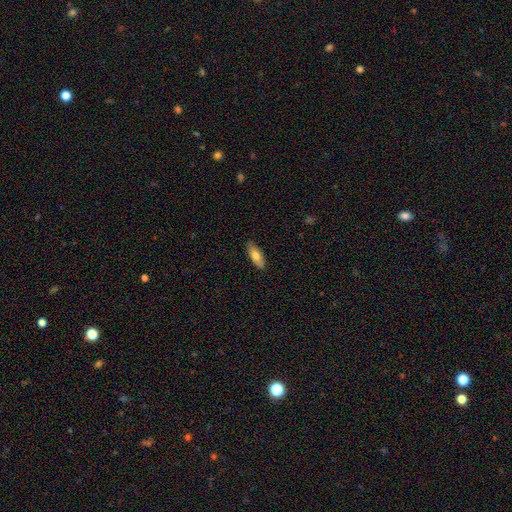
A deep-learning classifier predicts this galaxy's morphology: type=smooth (74%); roundness=in between (73%); merging=none (87%).